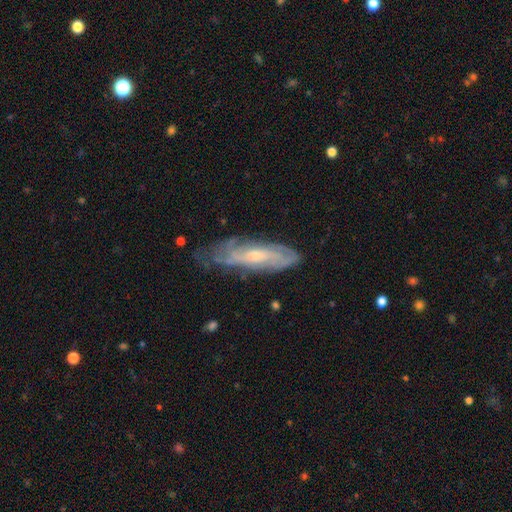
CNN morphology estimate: A featured or disk galaxy (70%) with no bar (62%), spiral arms (83%) and a small central bulge (49%). Merging: none (64%).